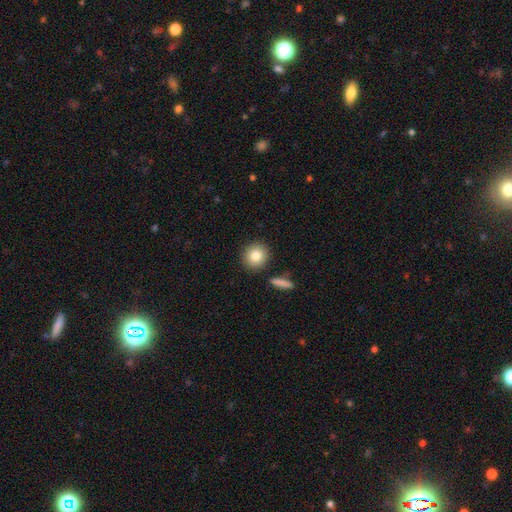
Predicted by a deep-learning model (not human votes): Overall: smooth (82%). How rounded: round (91%). Merging: none (87%).